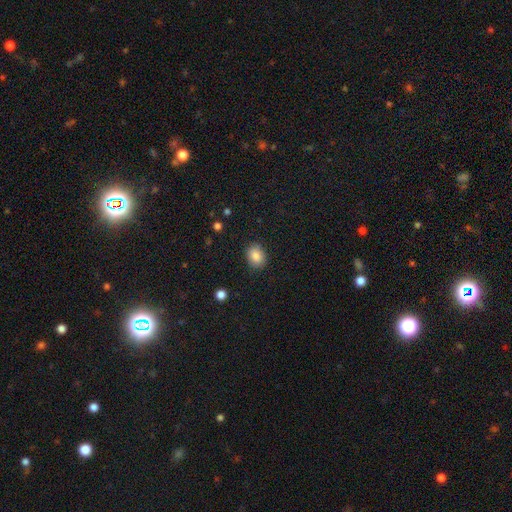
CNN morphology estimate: smooth 86%, star or artifact 8%, featured or disk 5%. Down the decision tree: how rounded — in between (54%); merging — none (85%).